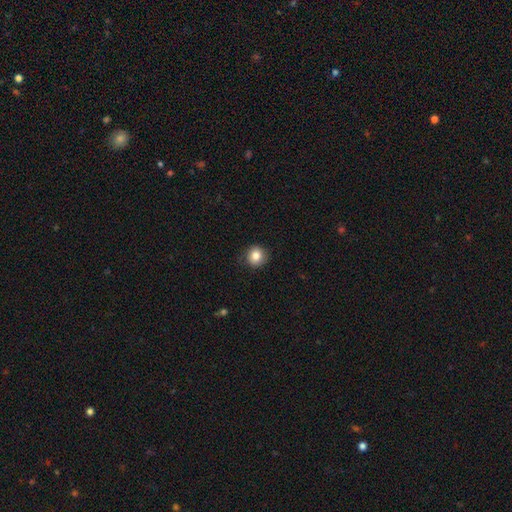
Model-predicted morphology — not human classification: smooth 83%, star or artifact 10%, featured or disk 7%. Down the decision tree: how rounded — round (89%); merging — none (87%).